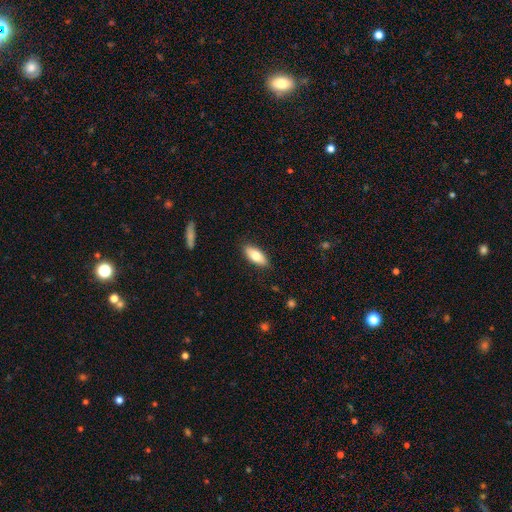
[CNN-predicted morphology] A smooth galaxy with no disk features (77%) that is in between round and cigar-shaped (82%). Merging: none (87%).